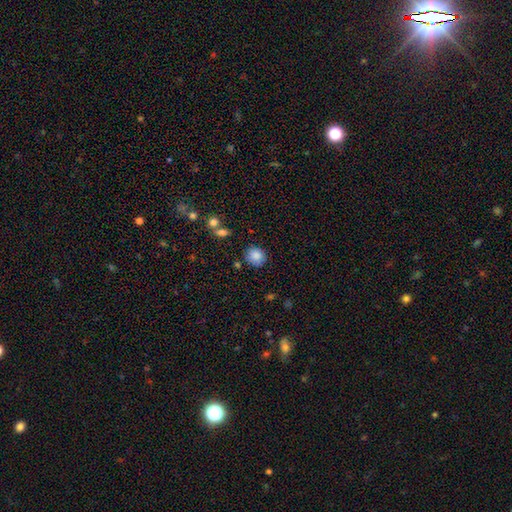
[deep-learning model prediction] smooth-or-featured: smooth: 85% | star or artifact: 9% | featured or disk: 6%
  how-rounded: round: 74% | in between: 25% | cigar-shaped: 1%
  merging: none: 78% | minor disturbance: 15% | merger: 4% | major disturbance: 3%